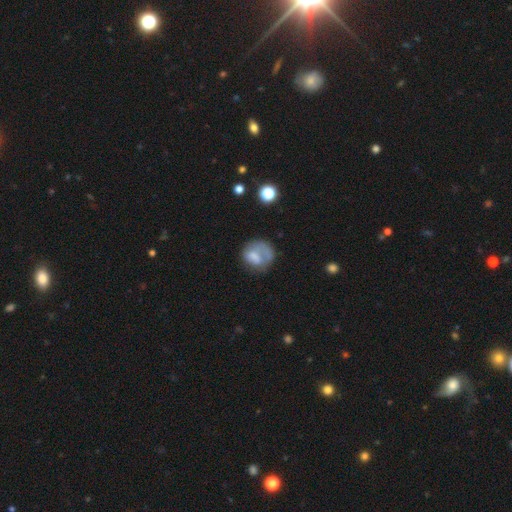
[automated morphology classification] Smooth or featured? Predicted: smooth (p=0.57). How rounded? Predicted: round (p=0.67). Merging? Predicted: none (p=0.42).